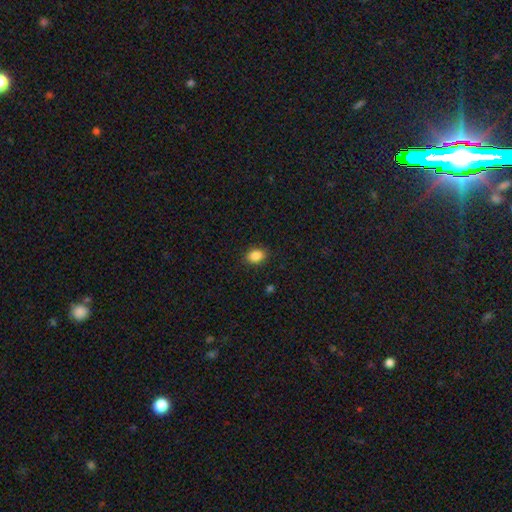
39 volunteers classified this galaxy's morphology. A smooth galaxy with no disk features (85%) that is round (55%).

Vote fractions:
- Smooth or featured? smooth: 85% / featured or disk: 8% / star or artifact: 8%
- How rounded? round: 55% / in between: 45% / cigar-shaped: 0%
- Merging? none: 81% / minor disturbance: 14% / major disturbance: 6% / merger: 0%